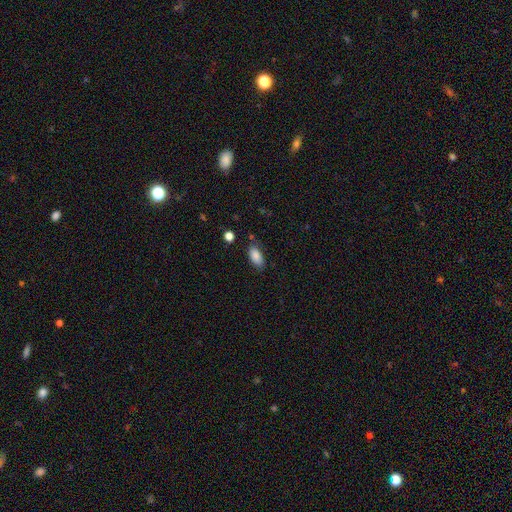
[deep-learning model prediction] This is clearly a smooth galaxy (88%). How rounded: clearly in between (92%). Merging: likely none (77%).